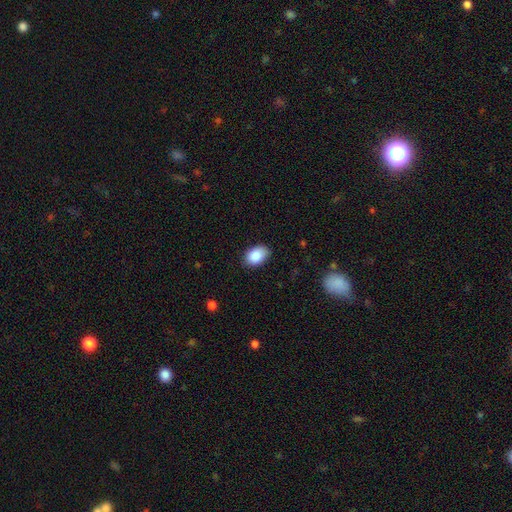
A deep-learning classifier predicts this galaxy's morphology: Q: Smooth or featured?
A: smooth (88%); runner-up: star or artifact (7%)
Q: How rounded?
A: in between (85%); runner-up: round (14%)
Q: Merging?
A: none (82%); runner-up: minor disturbance (14%)